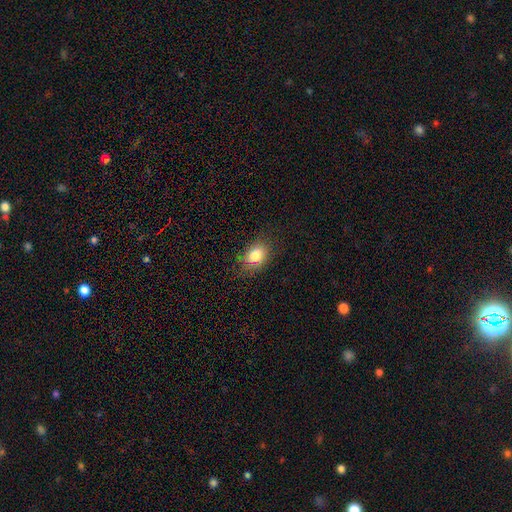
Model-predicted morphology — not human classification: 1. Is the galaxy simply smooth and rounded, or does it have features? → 81% smooth, 10% featured or disk, 9% star or artifact.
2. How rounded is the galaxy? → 77% in between, 22% round, 1% cigar-shaped.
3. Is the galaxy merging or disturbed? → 76% none, 18% minor disturbance, 6% major disturbance, 1% merger.